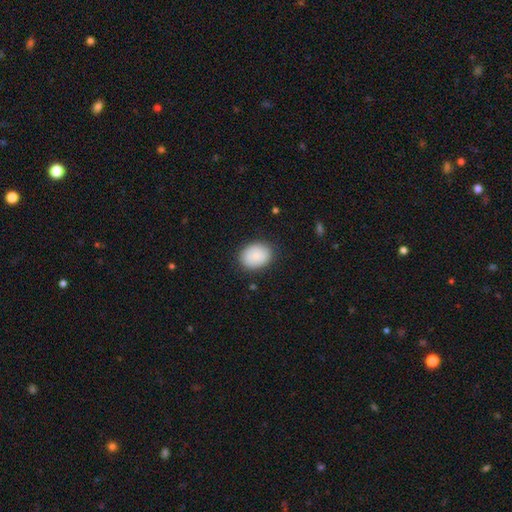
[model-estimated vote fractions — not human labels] Smooth or featured?
  - smooth: 87% *
  - star or artifact: 7%
  - featured or disk: 7%
How rounded?
  - in between: 58% *
  - round: 41%
  - cigar-shaped: 1%
Merging?
  - none: 85% *
  - minor disturbance: 11%
  - major disturbance: 3%
  - merger: 1%